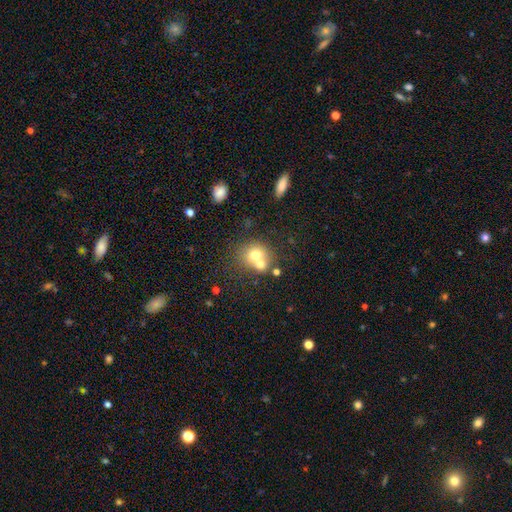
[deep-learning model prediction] Smooth or featured? smooth (68%)
How rounded? round (78%)
Merging? merger (49%)